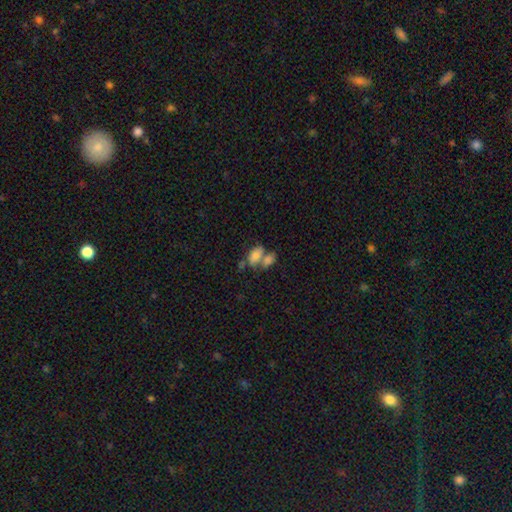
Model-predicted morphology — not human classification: Smooth or featured? Predicted: smooth (p=0.76). How rounded? Predicted: in between (p=0.88). Merging? Predicted: merger (p=0.57).